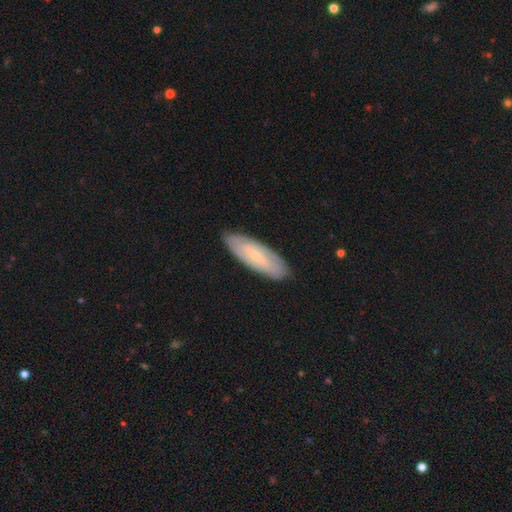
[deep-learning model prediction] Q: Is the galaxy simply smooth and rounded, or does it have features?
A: featured or disk — 59%.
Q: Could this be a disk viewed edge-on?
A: no — 80%.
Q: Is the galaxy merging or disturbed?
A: none — 86%.